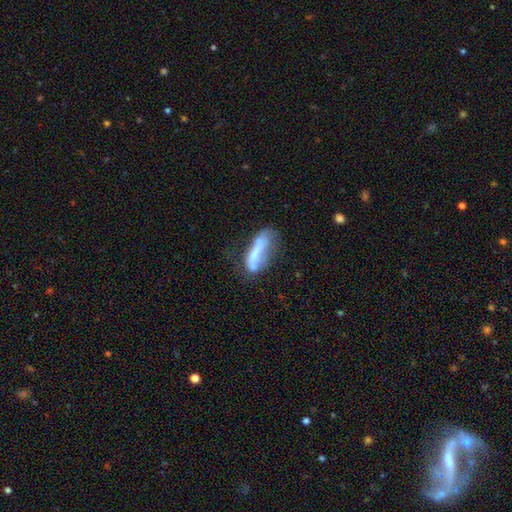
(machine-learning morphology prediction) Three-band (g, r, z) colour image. It shows a smooth galaxy with no disk features (51%) that is cigar-shaped (54%). Merging: none (35%).